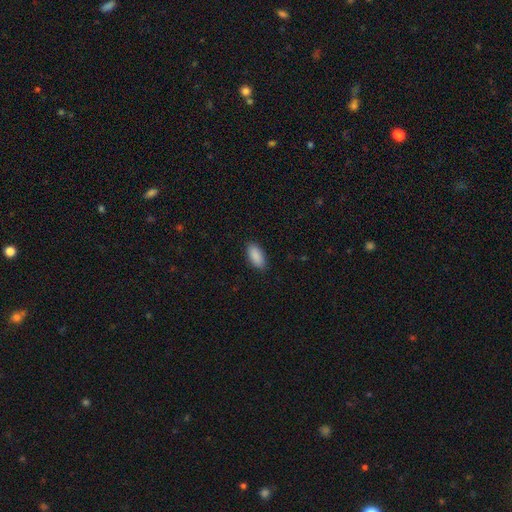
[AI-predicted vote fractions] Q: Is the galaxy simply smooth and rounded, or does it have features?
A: smooth — 91%.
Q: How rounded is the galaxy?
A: in between — 92%.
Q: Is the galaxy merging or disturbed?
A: none — 89%.